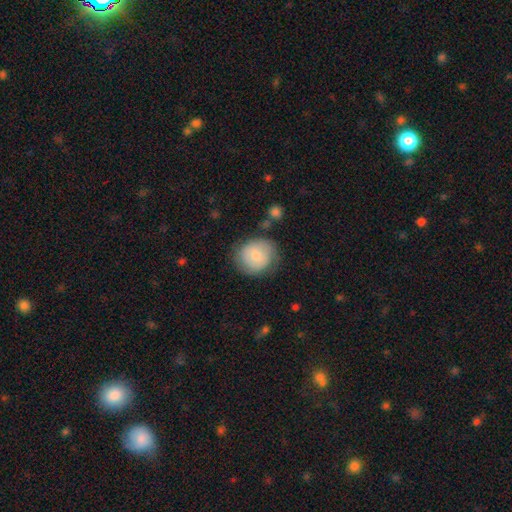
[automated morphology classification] A smooth galaxy with no disk features (73%) that is round (79%). Merging: none (72%).